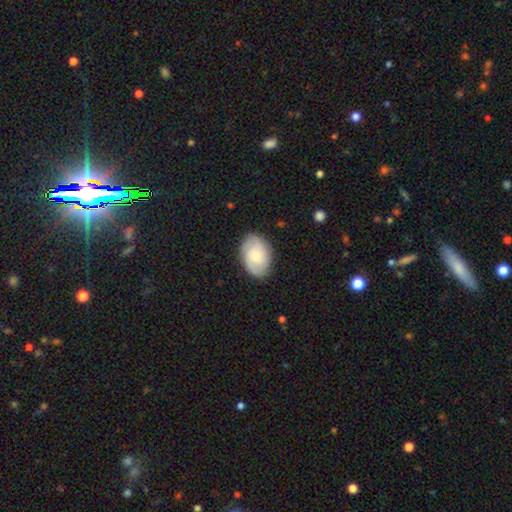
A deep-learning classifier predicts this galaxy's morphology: Q: Smooth or featured?
A: smooth (52%); runner-up: featured or disk (42%)
Q: How rounded?
A: in between (84%); runner-up: round (14%)
Q: Merging?
A: none (83%); runner-up: minor disturbance (13%)